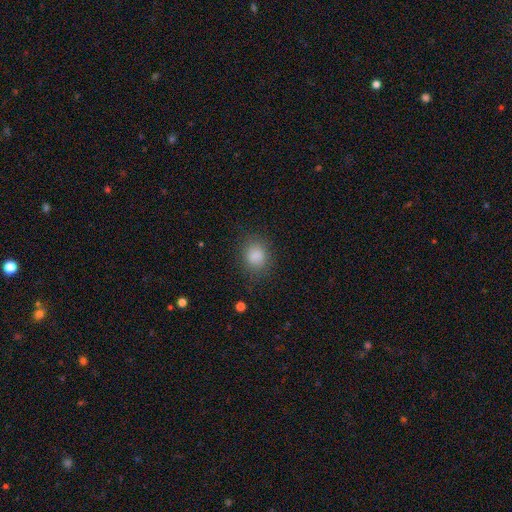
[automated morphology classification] Overall: smooth (85%). How rounded: round (66%; in between 33%). Merging: none (81%).